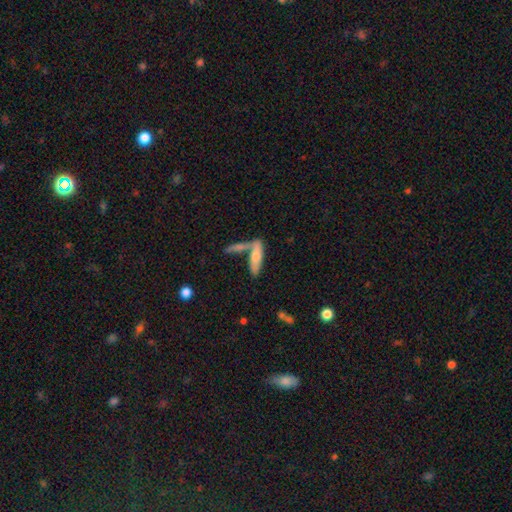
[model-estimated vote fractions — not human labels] Overall: smooth (65%; featured or disk 28%). How rounded: cigar-shaped (63%; in between 35%). Merging: merger (44%; none 40%).